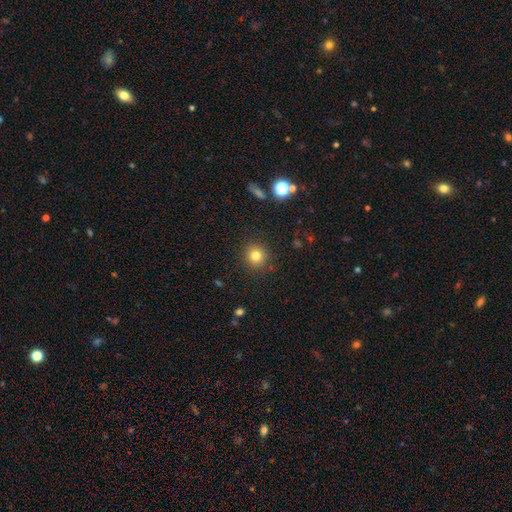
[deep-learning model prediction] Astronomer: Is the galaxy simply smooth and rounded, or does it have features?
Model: smooth — 80%.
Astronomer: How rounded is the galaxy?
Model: round — 92%.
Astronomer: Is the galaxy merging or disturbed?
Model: none — 90%.